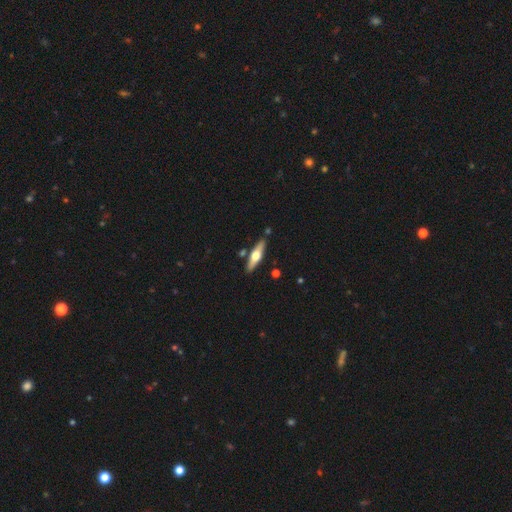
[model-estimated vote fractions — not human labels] Overall: featured or disk (57%; smooth 38%). Edge-on disk: yes (92%). Edge-on bulge: rounded (94%). Merging: none (84%).